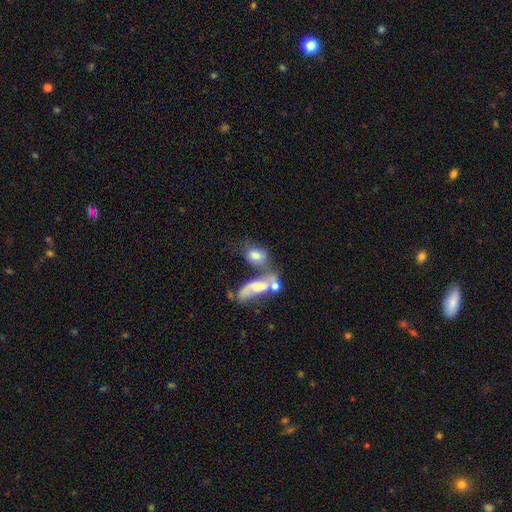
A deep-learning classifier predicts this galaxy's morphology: The model was most divided on "merging": merger: 51%, none: 25%, major disturbance: 12%, minor disturbance: 12%. More confident: how rounded — in between (76%); smooth or featured — smooth (67%).